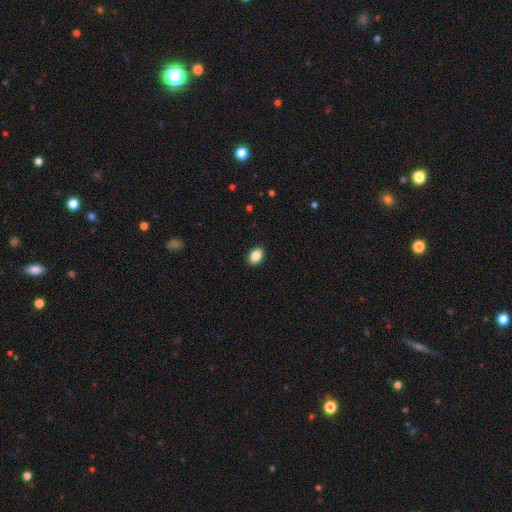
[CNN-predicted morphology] smooth 86%, star or artifact 8%, featured or disk 6%. Down the decision tree: how rounded — in between (81%); merging — none (91%).